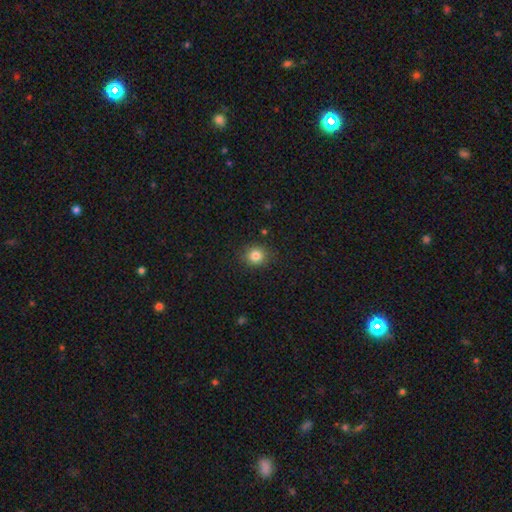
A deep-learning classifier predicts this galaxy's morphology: Smooth or featured? smooth (84%)
How rounded? round (85%)
Merging? none (88%)